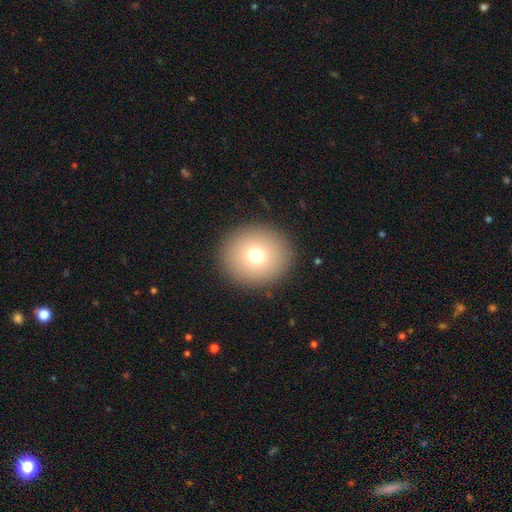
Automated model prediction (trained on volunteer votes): Morphology: type=smooth (73%); roundness=round (87%); merging=none (91%).